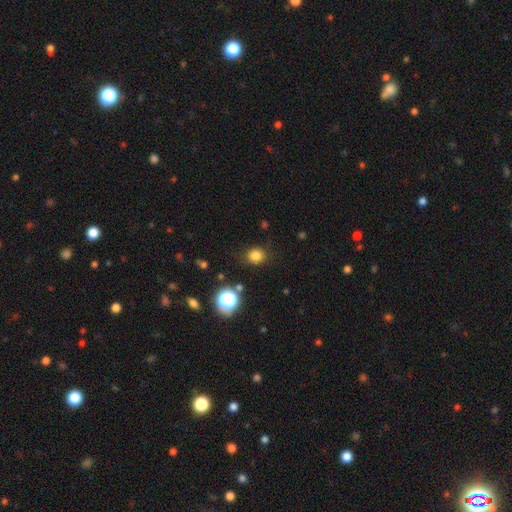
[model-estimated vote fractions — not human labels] Smooth or featured: smooth — 80% (star or artifact — 15%)
How rounded: round — 71% (in between — 28%)
Merging: none — 83% (minor disturbance — 12%)